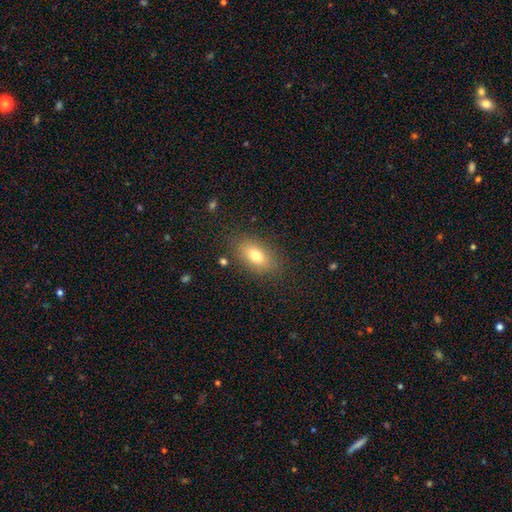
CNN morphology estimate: This is likely a smooth galaxy (76%). How rounded: clearly in between (87%). Merging: clearly none (83%).